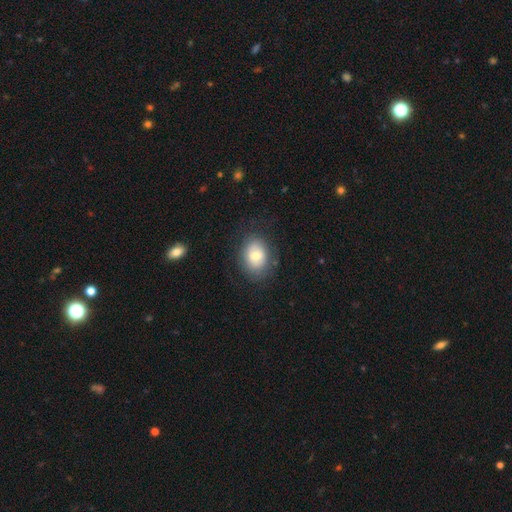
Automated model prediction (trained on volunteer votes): Overall: smooth (73%). How rounded: in between (60%; round 39%). Merging: none (77%).